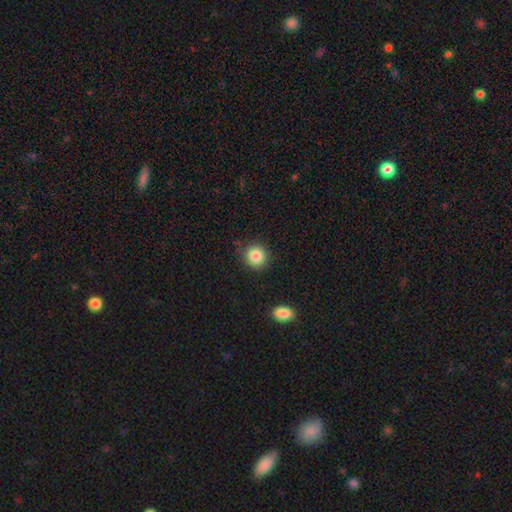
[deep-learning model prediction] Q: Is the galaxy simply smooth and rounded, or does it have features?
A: smooth — 85%.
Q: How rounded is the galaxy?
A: round — 89%.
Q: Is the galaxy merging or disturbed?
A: none — 85%.